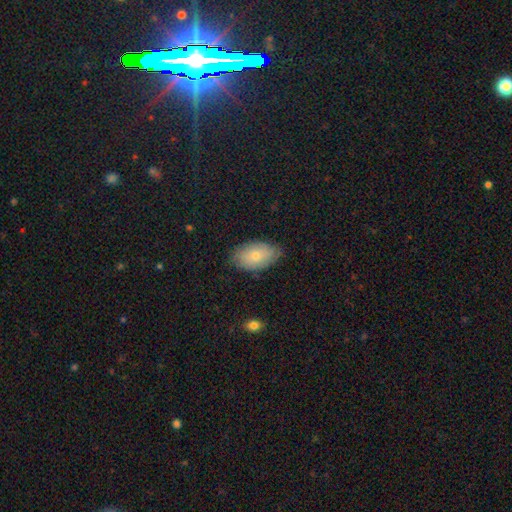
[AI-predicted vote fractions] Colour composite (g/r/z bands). It shows a smooth galaxy with no disk features (73%) that is in between round and cigar-shaped (92%). Merging: none (77%).